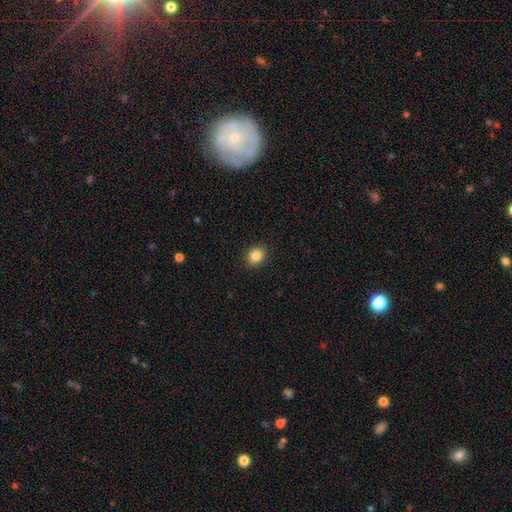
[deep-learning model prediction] Smooth or featured? smooth (85%)
How rounded? round (62%)
Merging? none (92%)